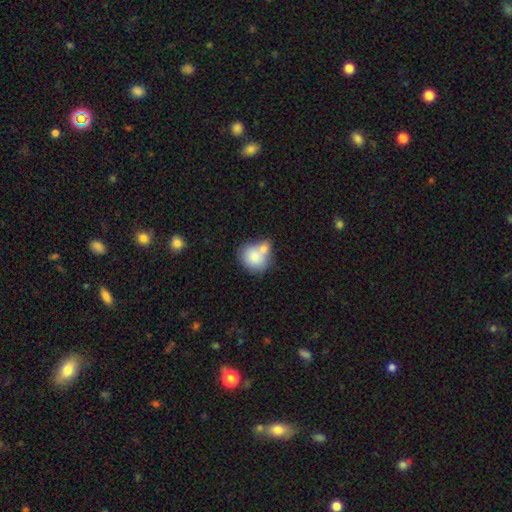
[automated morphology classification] Overall: smooth (79%). How rounded: round (72%). Merging: merger (51%; none 33%).